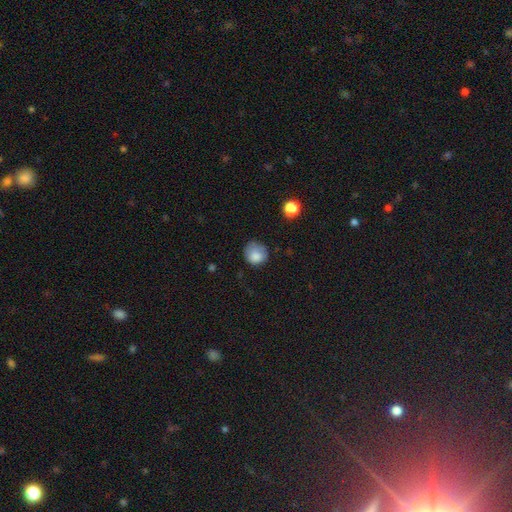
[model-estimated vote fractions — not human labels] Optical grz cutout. It shows a smooth galaxy with no disk features (81%) that is round (81%). Merging: none (62%).